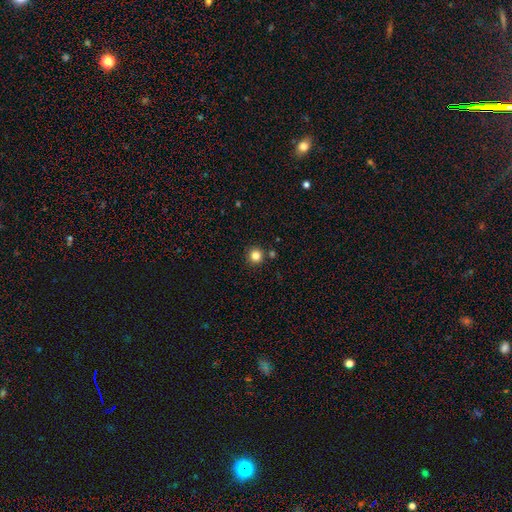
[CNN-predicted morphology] A smooth galaxy with no disk features (84%) that is round (94%).

Vote fractions:
- Smooth or featured? smooth: 84% / star or artifact: 12% / featured or disk: 5%
- How rounded? round: 94% / in between: 5% / cigar-shaped: 1%
- Merging? none: 87% / minor disturbance: 6% / merger: 5% / major disturbance: 2%